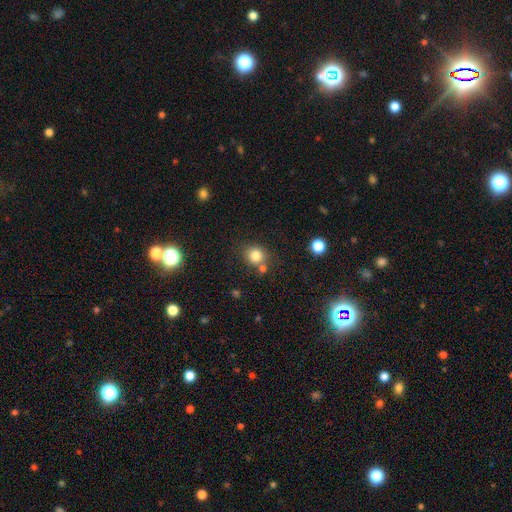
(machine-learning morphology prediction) A smooth galaxy with no disk features (81%) that is round (82%).

Vote fractions:
- Smooth or featured? smooth: 81% / star or artifact: 12% / featured or disk: 7%
- How rounded? round: 82% / in between: 17% / cigar-shaped: 1%
- Merging? none: 68% / merger: 17% / minor disturbance: 12% / major disturbance: 4%